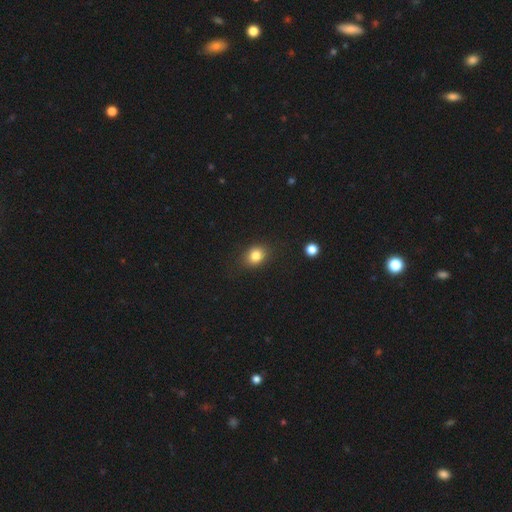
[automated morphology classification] A smooth galaxy with no disk features (82%) that is round (52%).

Vote fractions:
- Smooth or featured? smooth: 82% / star or artifact: 11% / featured or disk: 7%
- How rounded? round: 52% / in between: 47% / cigar-shaped: 1%
- Merging? none: 84% / minor disturbance: 11% / major disturbance: 3% / merger: 2%